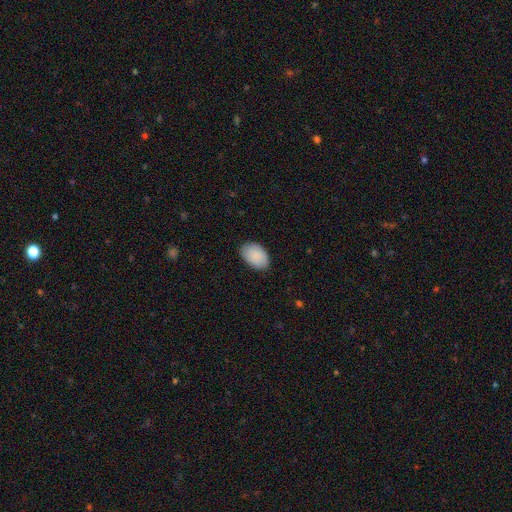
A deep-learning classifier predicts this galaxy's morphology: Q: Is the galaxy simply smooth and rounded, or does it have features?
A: smooth — 89%.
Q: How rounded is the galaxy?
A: in between — 90%.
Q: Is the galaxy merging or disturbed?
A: none — 82%.